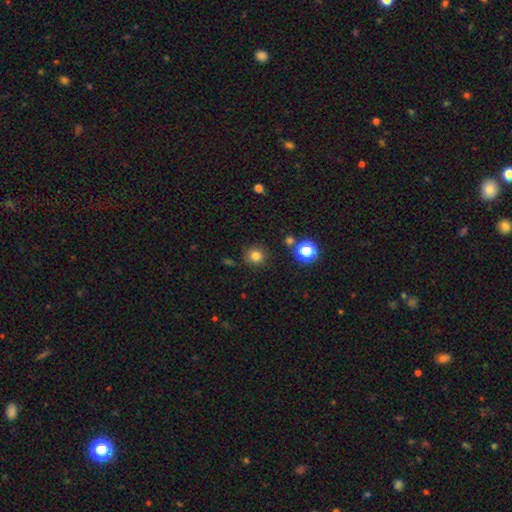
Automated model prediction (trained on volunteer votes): A smooth galaxy with no disk features (80%) that is round (92%).

Vote fractions:
- Smooth or featured? smooth: 80% / star or artifact: 15% / featured or disk: 5%
- How rounded? round: 92% / in between: 7% / cigar-shaped: 1%
- Merging? none: 86% / minor disturbance: 9% / major disturbance: 3% / merger: 2%